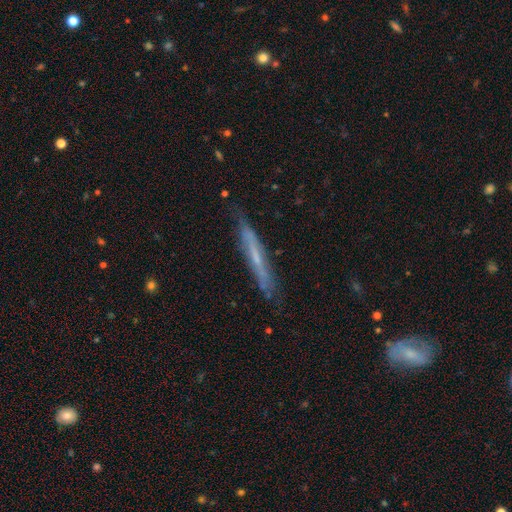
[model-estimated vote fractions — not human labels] Overall: featured or disk (58%; smooth 35%). Edge-on disk: yes (87%). Edge-on bulge: none (66%; rounded 28%). Merging: none (80%).